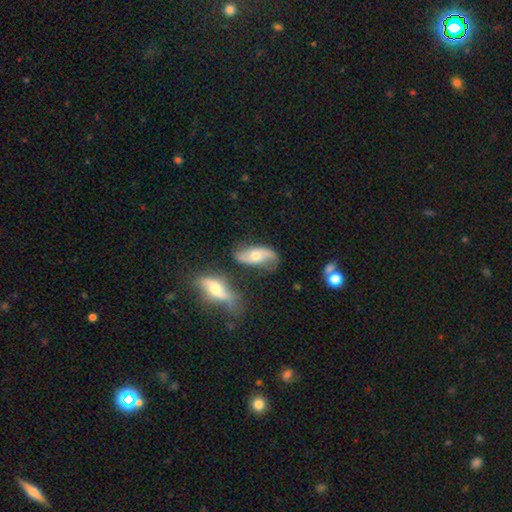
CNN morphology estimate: featured or disk 62%, smooth 30%, star or artifact 7%. Down the decision tree: edge-on disk — no (88%); bar — no (66%); spiral arms — yes (86%); bulge size — moderate (60%); merging — none (57%).